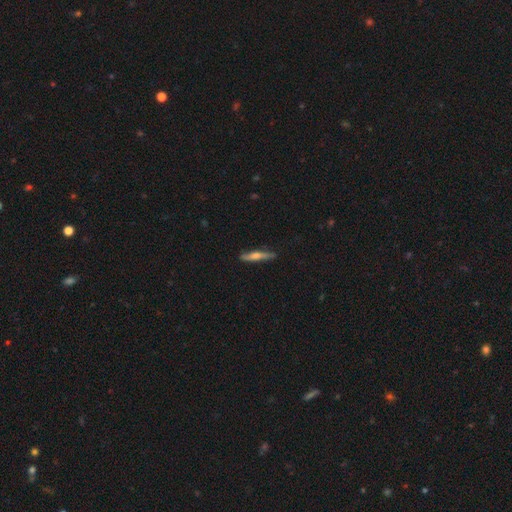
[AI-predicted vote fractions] Smooth or featured? featured or disk (50%)
Edge-on disk? yes (93%)
Merging? none (83%)